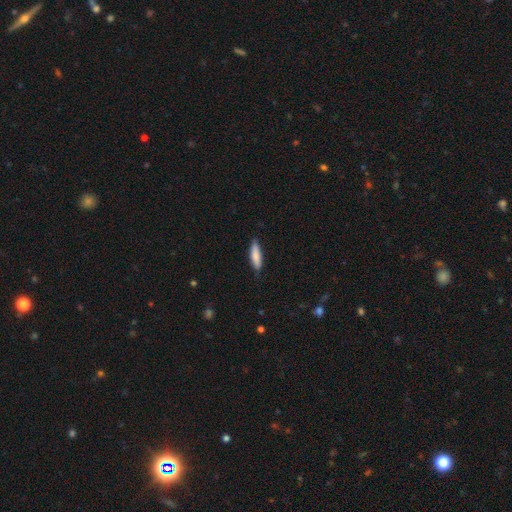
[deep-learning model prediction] A smooth galaxy with no disk features (83%) that is cigar-shaped (68%).

Vote fractions:
- Smooth or featured? smooth: 83% / featured or disk: 11% / star or artifact: 6%
- How rounded? cigar-shaped: 68% / in between: 31% / round: 1%
- Merging? none: 83% / minor disturbance: 14% / major disturbance: 2% / merger: 1%